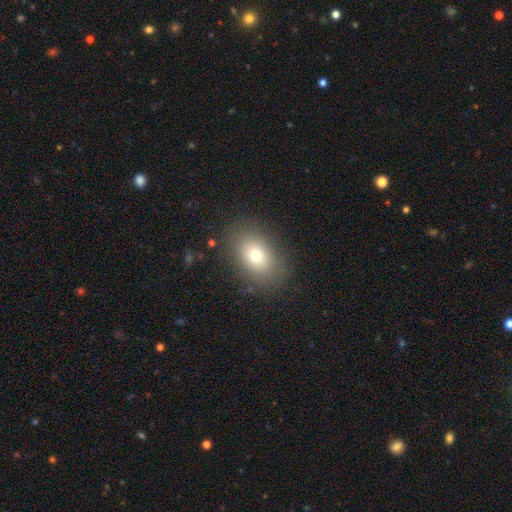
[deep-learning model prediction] smooth_or_featured: smooth (p=0.75) [alt: featured or disk p=0.13]
how_rounded: in between (p=0.78) [alt: round p=0.21]
merging: none (p=0.85) [alt: minor disturbance p=0.10]